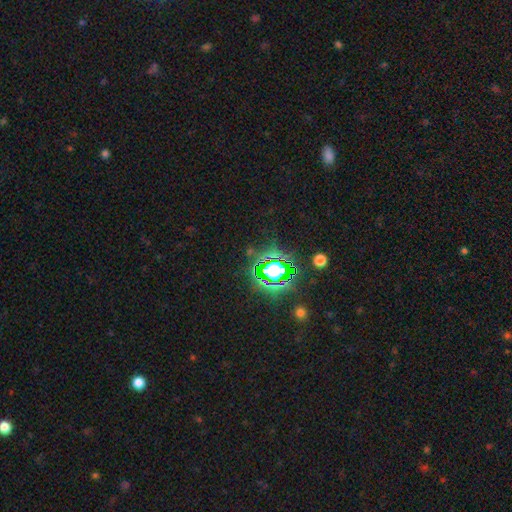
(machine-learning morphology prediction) This is clearly a star or artifact rather than a galaxy (84%).